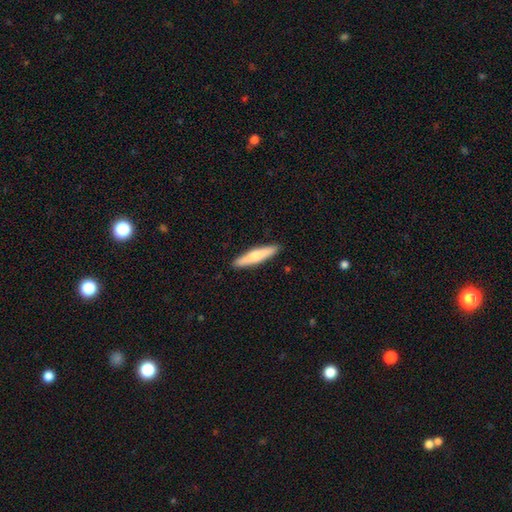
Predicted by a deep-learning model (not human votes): Overall: smooth (63%; featured or disk 32%). How rounded: cigar-shaped (88%). Merging: none (91%).